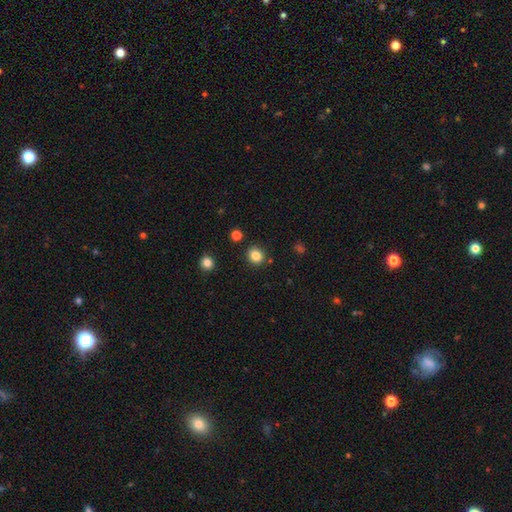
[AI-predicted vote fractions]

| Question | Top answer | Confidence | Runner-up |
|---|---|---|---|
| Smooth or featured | smooth | 83% | star or artifact (12%) |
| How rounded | round | 84% | in between (15%) |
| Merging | none | 88% | minor disturbance (7%) |